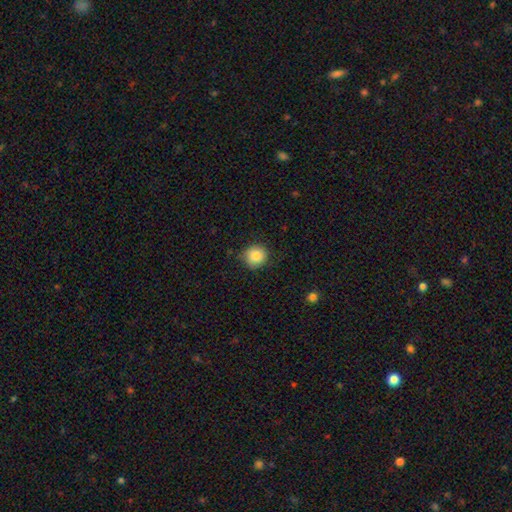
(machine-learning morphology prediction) smooth 85%, star or artifact 9%, featured or disk 6%. Down the decision tree: how rounded — round (91%); merging — none (82%).